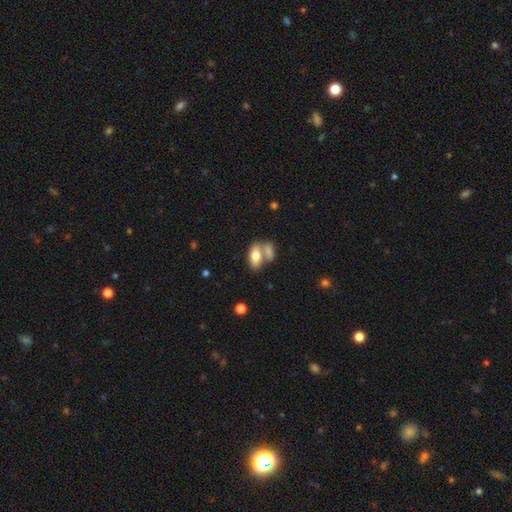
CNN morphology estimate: Smooth or featured: smooth — 77% (featured or disk — 16%)
How rounded: in between — 89% (cigar-shaped — 7%)
Merging: merger — 49% (none — 37%)